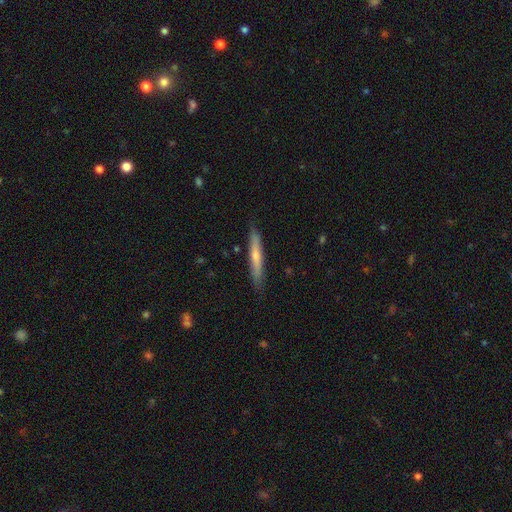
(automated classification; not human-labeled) smooth 47% (tied), featured or disk 47% (tied), star or artifact 6%. Down the decision tree: merging — none (86%).